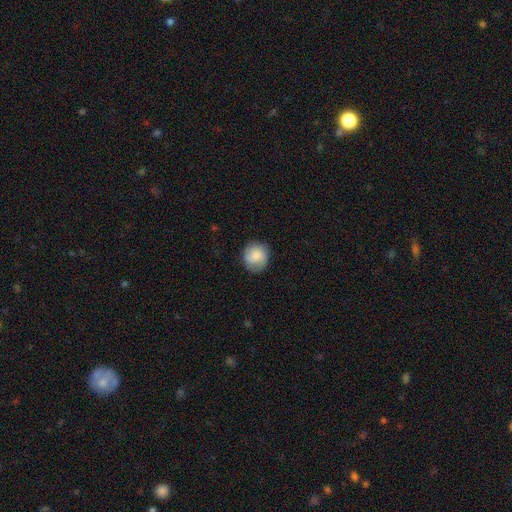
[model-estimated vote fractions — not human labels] The model was most divided on "merging": none: 80%, minor disturbance: 15%, major disturbance: 4%, merger: 1%. More confident: how rounded — round (86%); smooth or featured — smooth (81%).